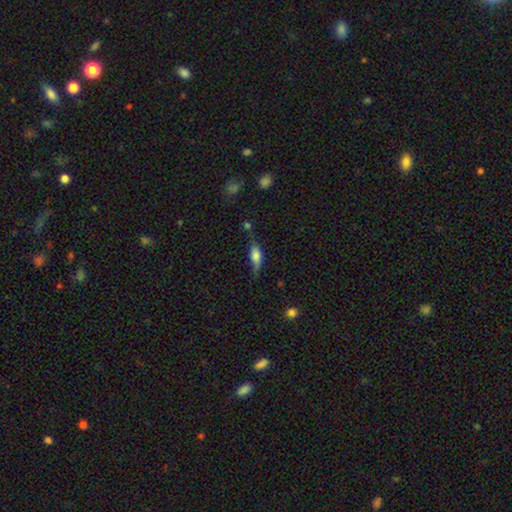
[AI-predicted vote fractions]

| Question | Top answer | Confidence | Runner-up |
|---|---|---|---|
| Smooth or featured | smooth | 71% | featured or disk (21%) |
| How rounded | in between | 73% | cigar-shaped (24%) |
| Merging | none | 51% | minor disturbance (34%) |